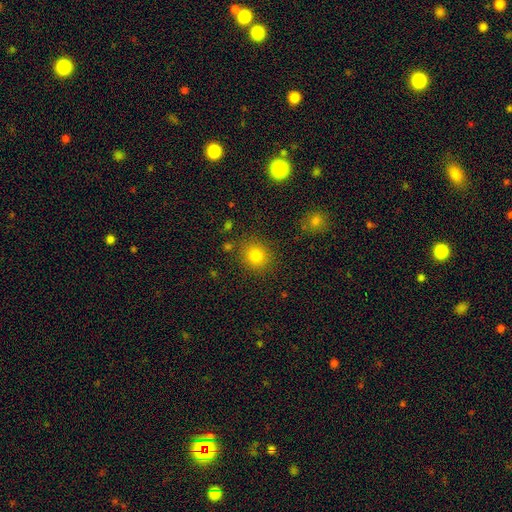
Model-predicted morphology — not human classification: Smooth or featured?
  - smooth: 81% *
  - star or artifact: 13%
  - featured or disk: 6%
How rounded?
  - round: 83% *
  - in between: 16%
  - cigar-shaped: 1%
Merging?
  - none: 85% *
  - minor disturbance: 9%
  - major disturbance: 3%
  - merger: 3%